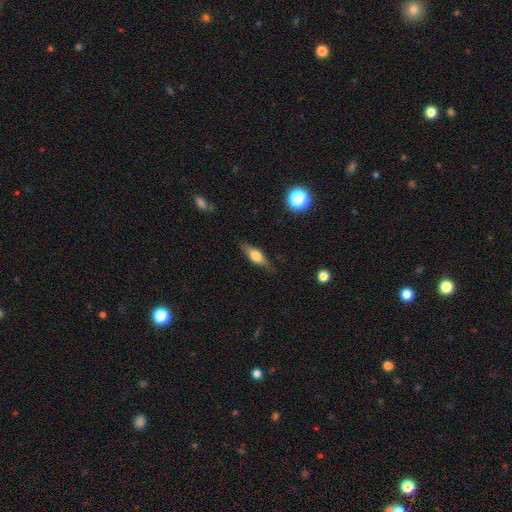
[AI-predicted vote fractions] smooth 56%, featured or disk 36%, star or artifact 7%. Down the decision tree: how rounded — in between (55%); merging — none (82%).